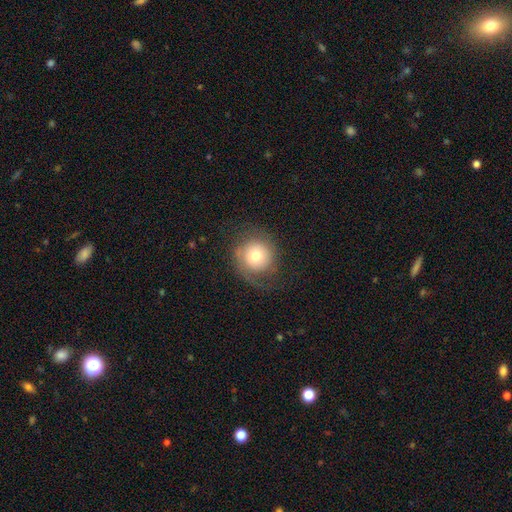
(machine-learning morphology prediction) Overall: smooth (59%; featured or disk 32%). How rounded: round (88%). Merging: none (64%).